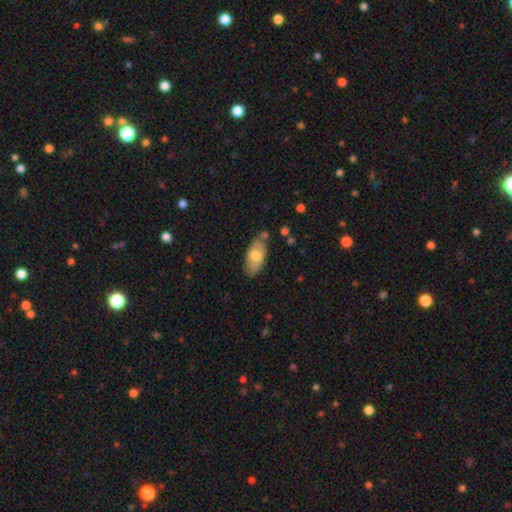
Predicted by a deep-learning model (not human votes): This is likely a smooth galaxy (66%). How rounded: clearly in between (90%). Merging: likely none (70%).